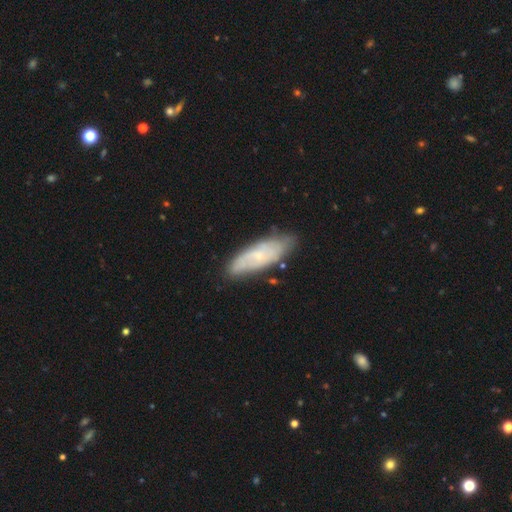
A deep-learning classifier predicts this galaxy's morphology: A featured or disk galaxy (55%).

Vote fractions:
- Smooth or featured? featured or disk: 55% / smooth: 37% / star or artifact: 9%
- Edge-on disk? no: 76% / yes: 24%
- Merging? none: 80% / minor disturbance: 15% / major disturbance: 3% / merger: 2%